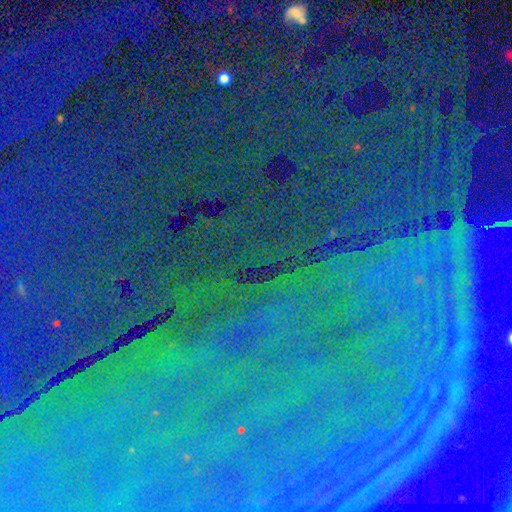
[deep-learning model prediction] Q: Smooth or featured?
A: star or artifact (84%); runner-up: featured or disk (8%)